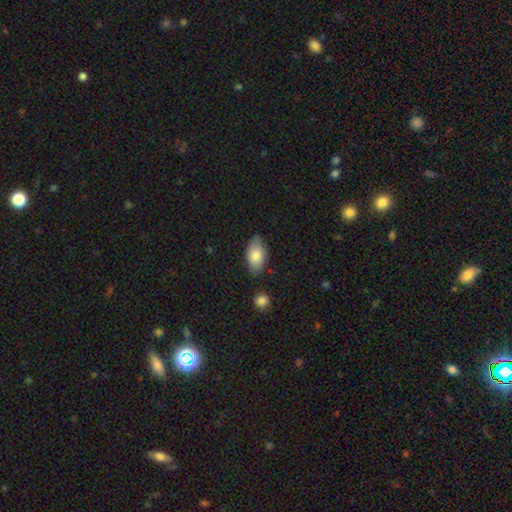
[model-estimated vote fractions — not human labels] The model was most divided on "merging": none: 73%, minor disturbance: 20%, major disturbance: 4%, merger: 3%. More confident: how rounded — in between (92%); smooth or featured — smooth (81%).